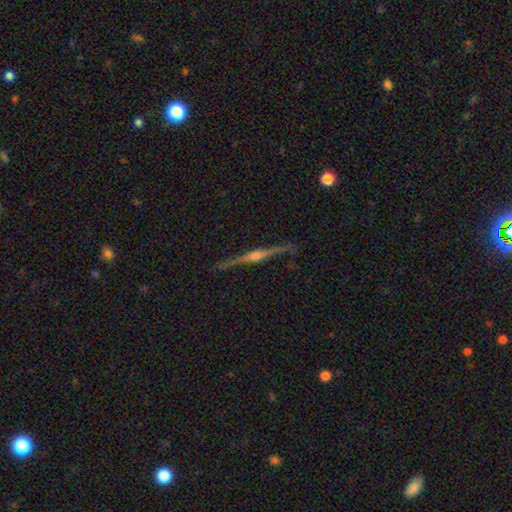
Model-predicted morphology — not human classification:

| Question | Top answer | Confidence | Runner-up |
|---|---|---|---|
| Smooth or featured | featured or disk | 88% | smooth (7%) |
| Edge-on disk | yes | 98% | no (2%) |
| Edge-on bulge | rounded | 90% | boxy (6%) |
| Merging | none | 90% | minor disturbance (7%) |